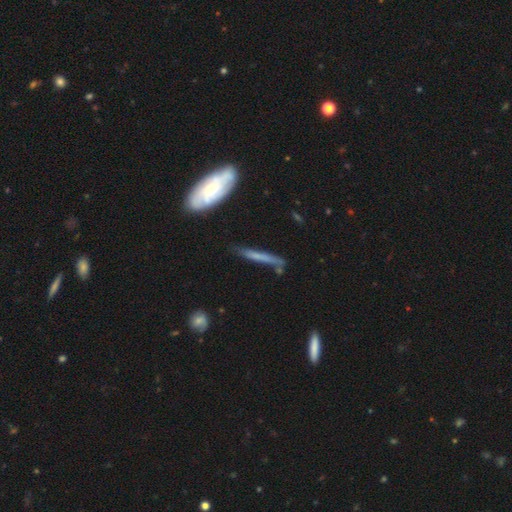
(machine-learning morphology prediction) Overall: featured or disk (48%; smooth 43%). Merging: none (68%).